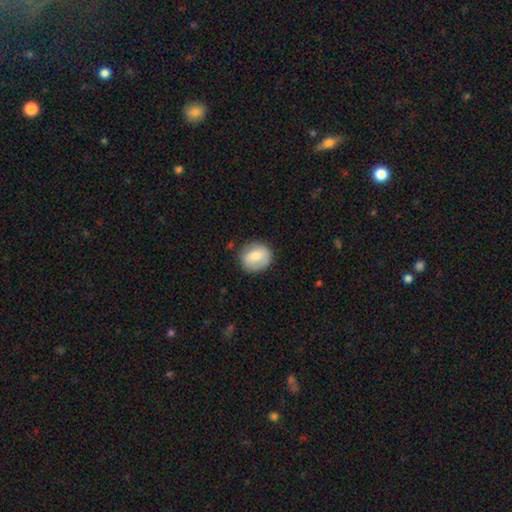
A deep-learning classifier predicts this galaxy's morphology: smooth-or-featured: smooth: 74% | featured or disk: 19% | star or artifact: 7%
  how-rounded: round: 79% | in between: 20% | cigar-shaped: 1%
  merging: none: 81% | minor disturbance: 14% | major disturbance: 4% | merger: 2%